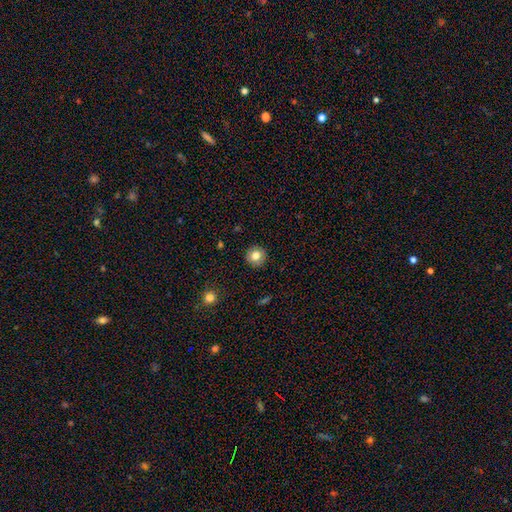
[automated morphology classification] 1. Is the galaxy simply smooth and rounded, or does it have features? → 79% smooth, 11% featured or disk, 10% star or artifact.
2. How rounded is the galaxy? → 94% round, 5% in between, 1% cigar-shaped.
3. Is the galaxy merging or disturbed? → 92% none, 6% minor disturbance, 2% major disturbance, 1% merger.